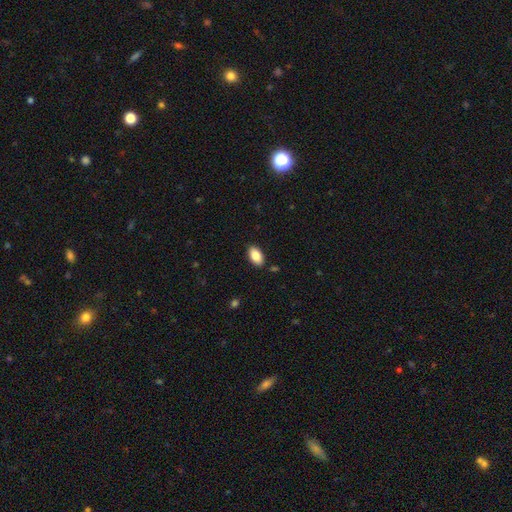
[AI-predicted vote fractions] Overall: smooth (86%). How rounded: in between (94%). Merging: none (88%).